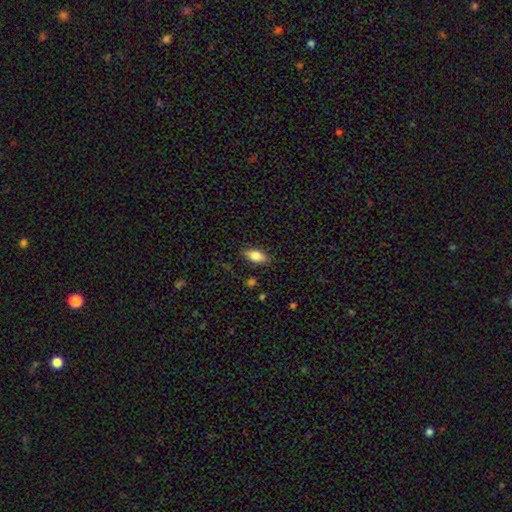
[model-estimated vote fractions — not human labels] The model was most divided on "smooth or featured": smooth: 79%, featured or disk: 14%, star or artifact: 7%. More confident: merging — none (84%); how rounded — in between (83%).